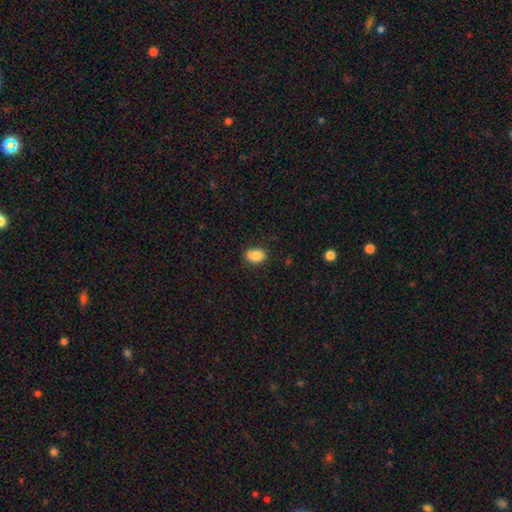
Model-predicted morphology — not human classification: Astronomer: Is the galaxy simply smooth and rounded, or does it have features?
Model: smooth — 85%.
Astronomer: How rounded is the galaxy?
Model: in between — 80%.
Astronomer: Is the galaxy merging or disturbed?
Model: none — 78%.